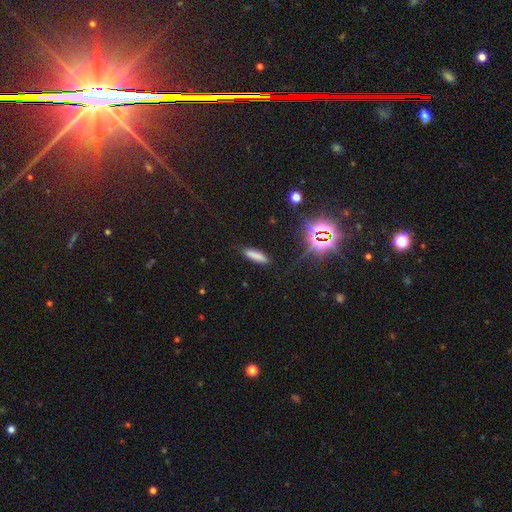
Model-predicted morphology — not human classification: Overall: smooth (76%). How rounded: cigar-shaped (69%; in between 29%). Merging: none (85%).